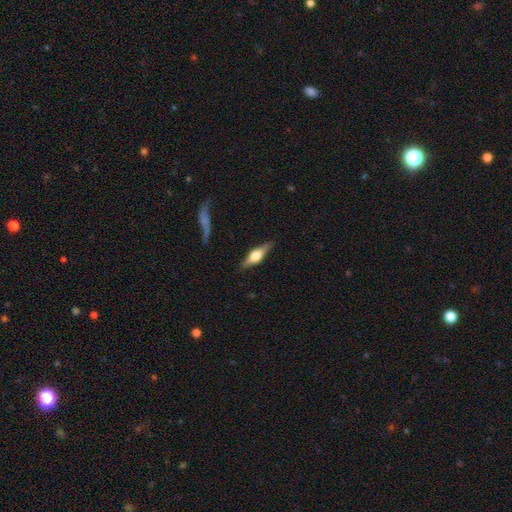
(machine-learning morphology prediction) A featured or disk galaxy (61%) viewed edge-on (94%) with a rounded central bulge (92%). Merging: none (85%).